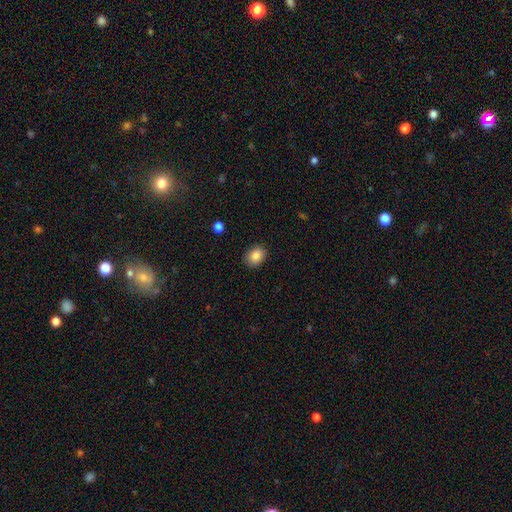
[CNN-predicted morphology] Overall: smooth (87%). How rounded: in between (62%; round 37%). Merging: none (88%).